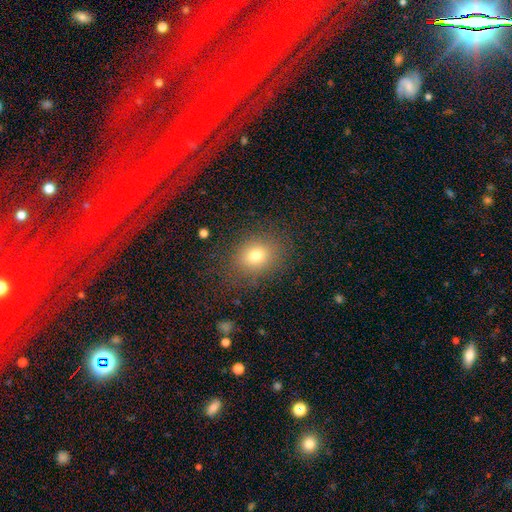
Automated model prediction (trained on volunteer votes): smooth 76%, star or artifact 14%, featured or disk 11%. Down the decision tree: how rounded — round (52%); merging — none (81%).